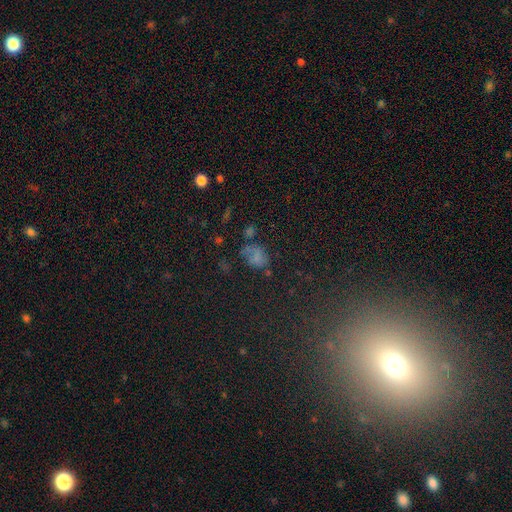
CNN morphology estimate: This appears to be a smooth galaxy with no disk features (54%) that is in between round and cigar-shaped (71%). Merging: none (43%).